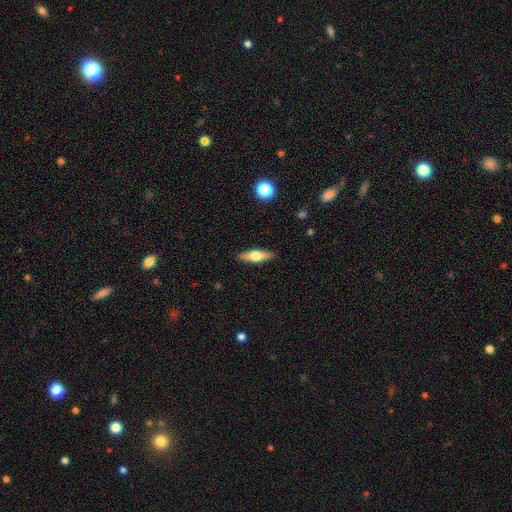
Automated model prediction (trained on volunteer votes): Morphology: type=smooth (57%); roundness=cigar-shaped (49%); merging=none (89%).